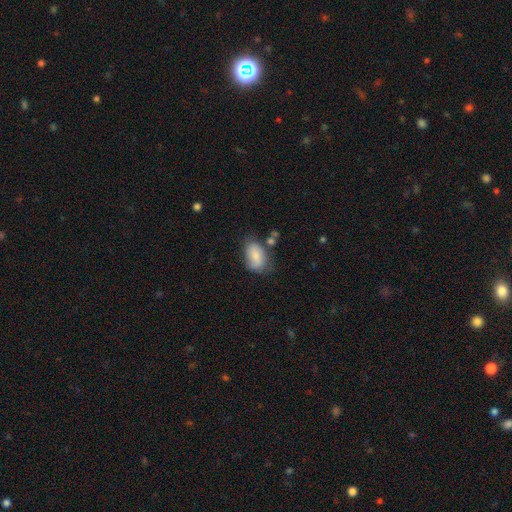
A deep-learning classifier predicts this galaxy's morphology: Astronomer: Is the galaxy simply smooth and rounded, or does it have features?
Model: smooth — 79%.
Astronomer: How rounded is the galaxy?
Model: in between — 89%.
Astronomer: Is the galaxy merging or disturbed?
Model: none — 55%.